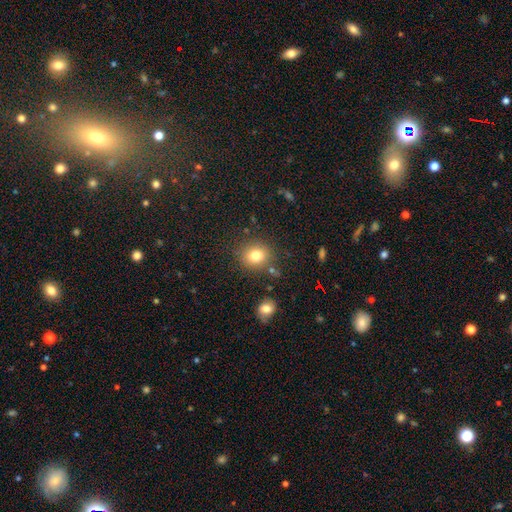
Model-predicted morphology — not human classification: Smooth or featured: smooth — 80% (star or artifact — 12%)
How rounded: round — 75% (in between — 24%)
Merging: none — 81% (minor disturbance — 10%)